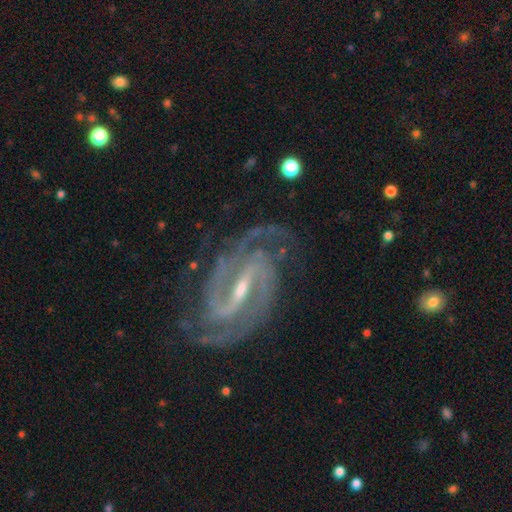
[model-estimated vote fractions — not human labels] Morphology: type=featured or disk (93%); edge-on=no (97%); bar=strong (69%); spiral arms=yes (99%); winding=tight (54%); arm count=2 (69%); bulge=small (68%); merging=none (78%).